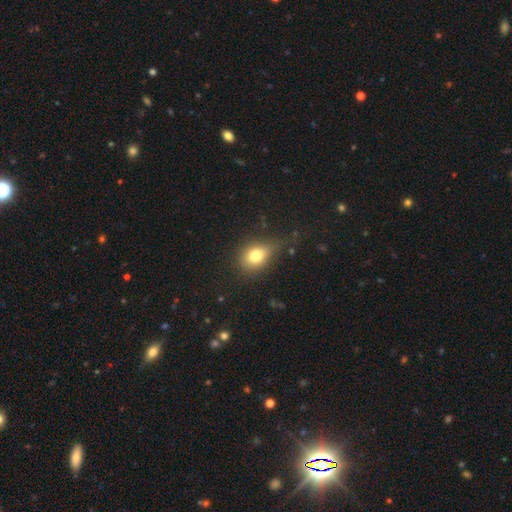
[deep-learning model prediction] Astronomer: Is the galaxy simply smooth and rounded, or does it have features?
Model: smooth — 77%.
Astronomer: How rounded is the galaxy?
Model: in between — 55% (runner-up: round, 43%).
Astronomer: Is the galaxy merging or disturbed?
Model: none — 59%.